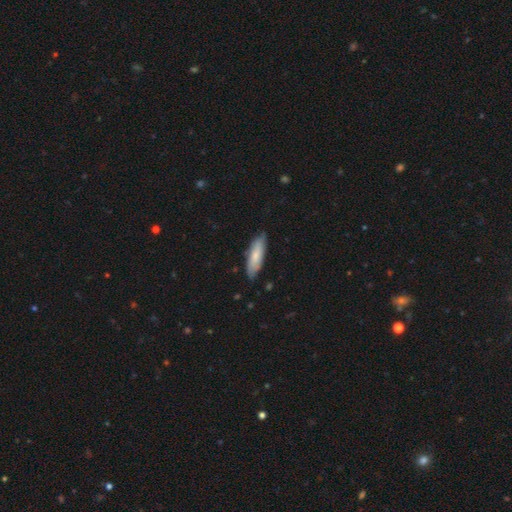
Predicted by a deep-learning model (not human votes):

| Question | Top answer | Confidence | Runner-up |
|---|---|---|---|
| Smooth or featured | smooth | 75% | featured or disk (19%) |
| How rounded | cigar-shaped | 50% | in between (48%) |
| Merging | none | 79% | minor disturbance (17%) |